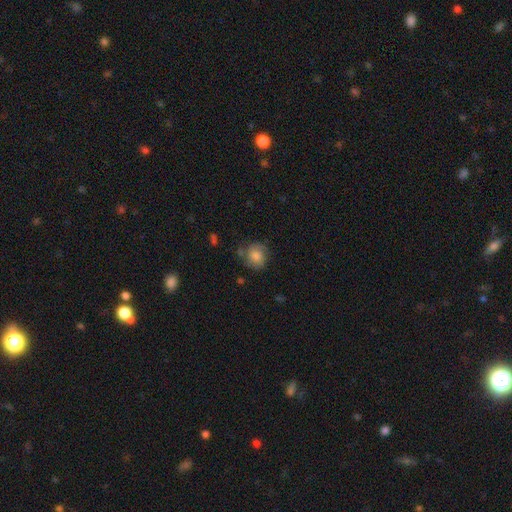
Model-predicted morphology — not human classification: This is likely a smooth galaxy (66%). How rounded: likely round (77%). Merging: likely none (64%).